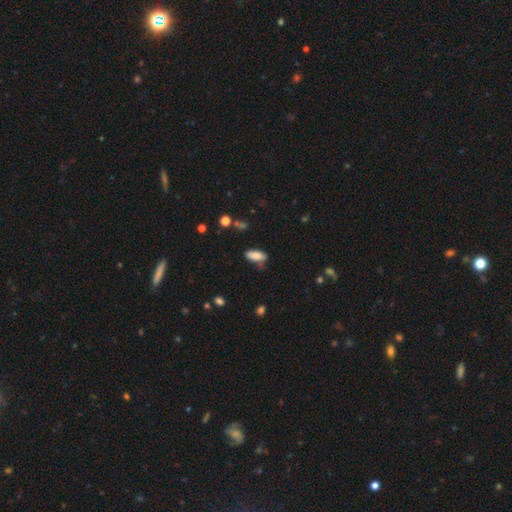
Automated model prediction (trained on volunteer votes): smooth_or_featured: smooth (p=0.84) [alt: featured or disk p=0.08]
how_rounded: in between (p=0.85) [alt: cigar-shaped p=0.13]
merging: none (p=0.66) [alt: minor disturbance p=0.24]